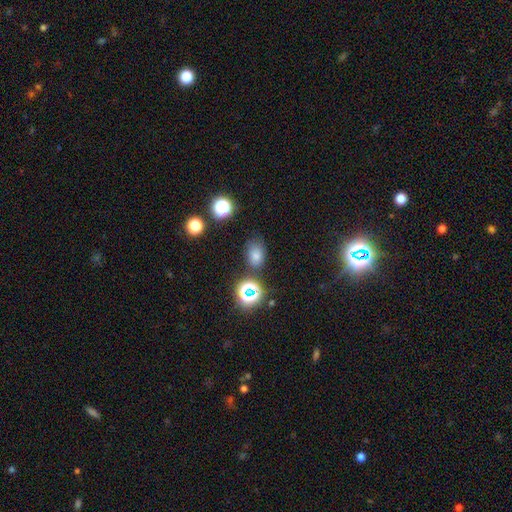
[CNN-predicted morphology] Q: Smooth or featured?
A: smooth (71%); runner-up: star or artifact (21%)
Q: How rounded?
A: in between (72%); runner-up: round (26%)
Q: Merging?
A: none (69%); runner-up: minor disturbance (19%)